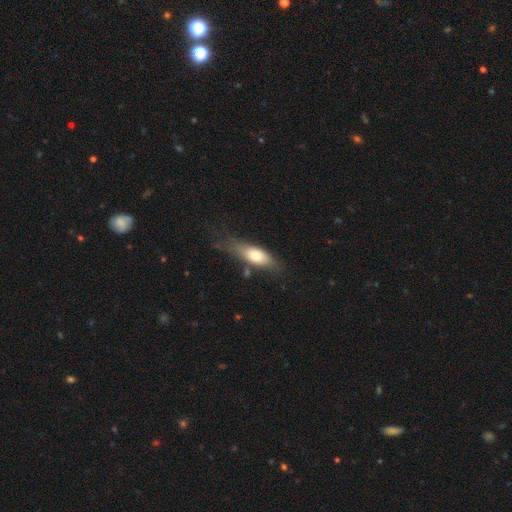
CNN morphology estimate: Smooth or featured: smooth — 69% (featured or disk — 25%)
How rounded: in between — 68% (cigar-shaped — 29%)
Merging: none — 54% (minor disturbance — 28%)